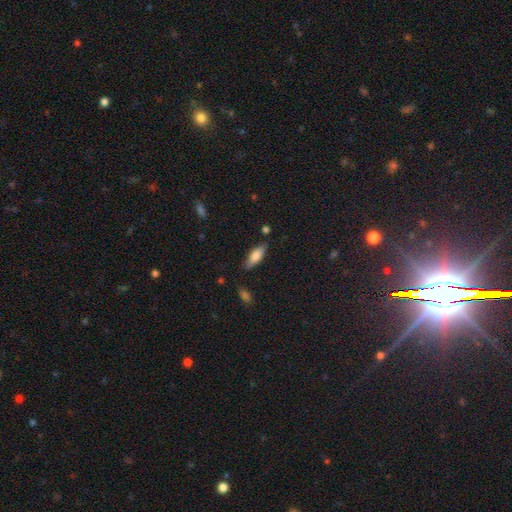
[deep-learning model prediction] This is likely a smooth galaxy (75%). How rounded: possibly in between (59%). Merging: clearly none (80%).